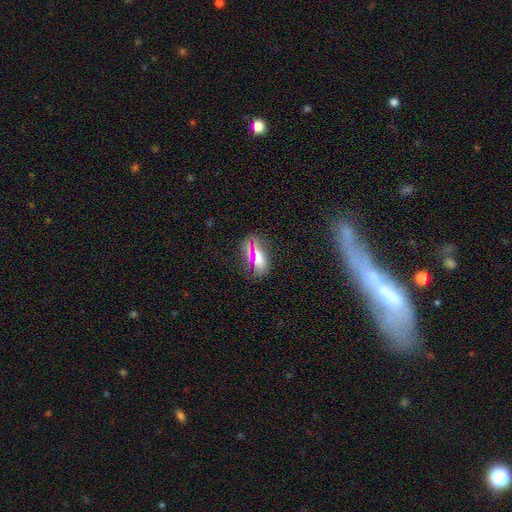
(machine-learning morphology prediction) A smooth galaxy with no disk features (66%) that is in between round and cigar-shaped (78%).

Vote fractions:
- Smooth or featured? smooth: 66% / star or artifact: 19% / featured or disk: 15%
- How rounded? in between: 78% / cigar-shaped: 13% / round: 9%
- Merging? none: 78% / minor disturbance: 15% / major disturbance: 5% / merger: 3%